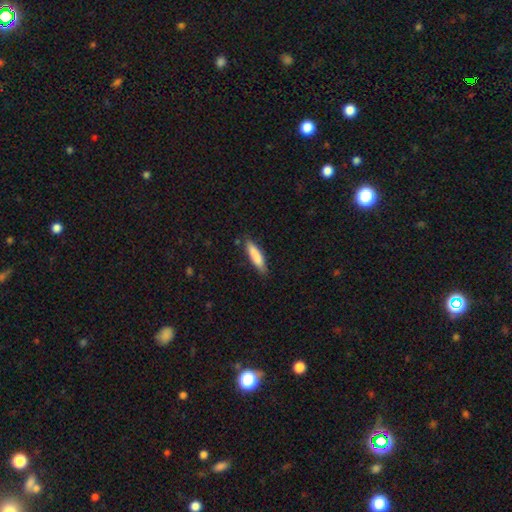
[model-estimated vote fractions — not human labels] Morphology: type=smooth (84%); roundness=cigar-shaped (78%); merging=none (84%).